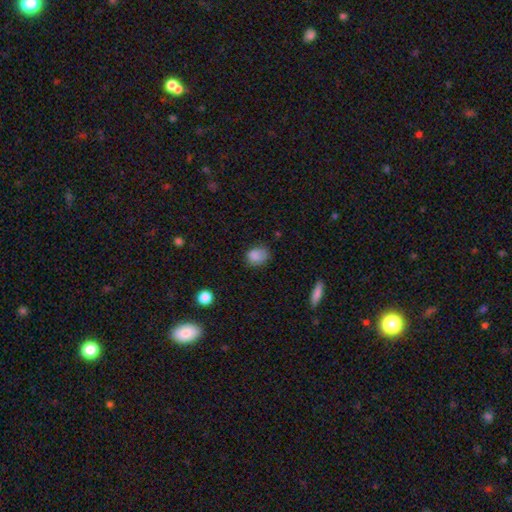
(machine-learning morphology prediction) Smooth or featured?
  - smooth: 84% *
  - star or artifact: 10%
  - featured or disk: 6%
How rounded?
  - in between: 54% *
  - round: 44%
  - cigar-shaped: 1%
Merging?
  - none: 64% *
  - minor disturbance: 27%
  - major disturbance: 7%
  - merger: 2%